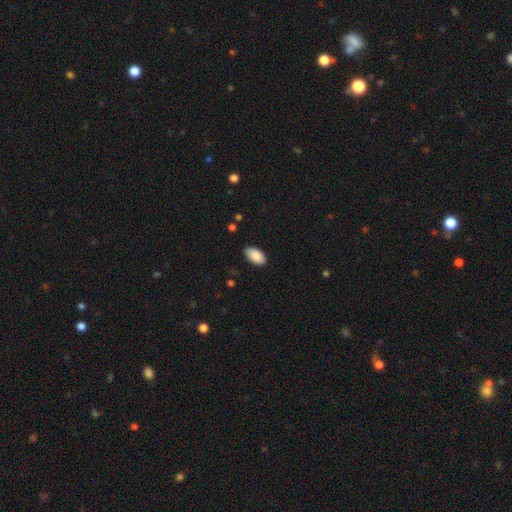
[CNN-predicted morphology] smooth_or_featured: smooth (p=0.89) [alt: star or artifact p=0.06]
how_rounded: in between (p=0.95) [alt: round p=0.03]
merging: none (p=0.87) [alt: minor disturbance p=0.10]